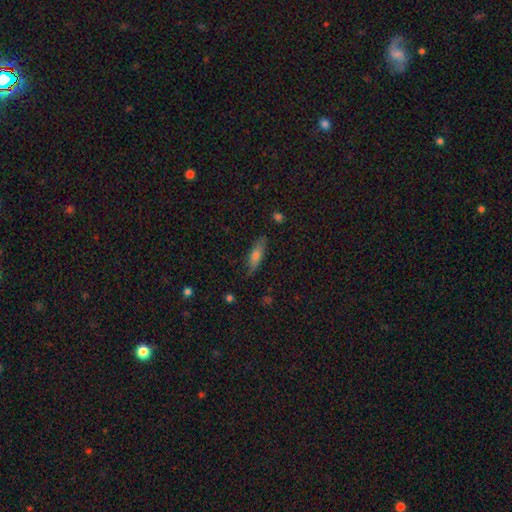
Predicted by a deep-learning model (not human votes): Morphology: type=smooth (65%); roundness=cigar-shaped (59%); merging=none (81%).